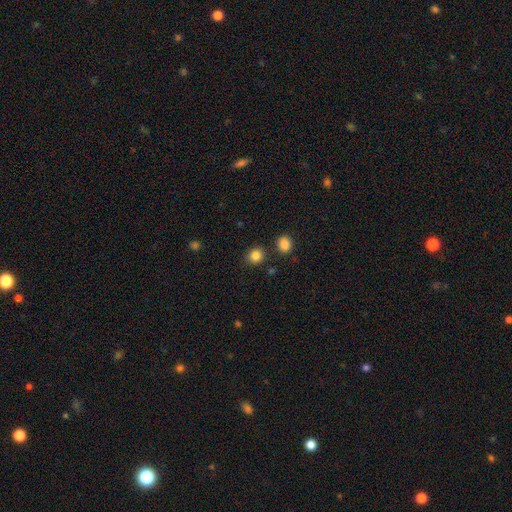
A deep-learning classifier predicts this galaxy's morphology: Overall: smooth (85%). How rounded: round (81%). Merging: none (84%).